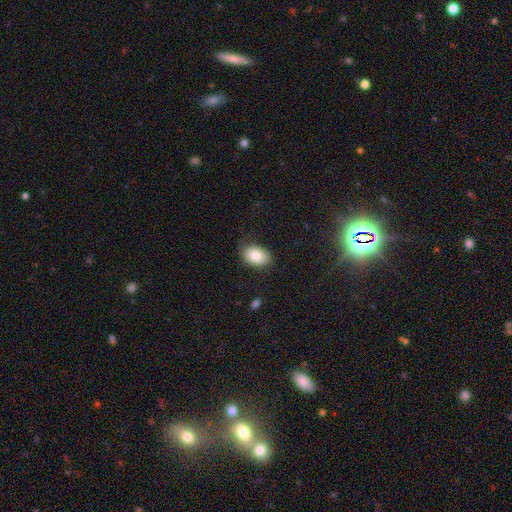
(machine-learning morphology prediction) The model was most divided on "merging": none: 82%, minor disturbance: 14%, major disturbance: 3%, merger: 1%. More confident: how rounded — in between (84%); smooth or featured — smooth (82%).